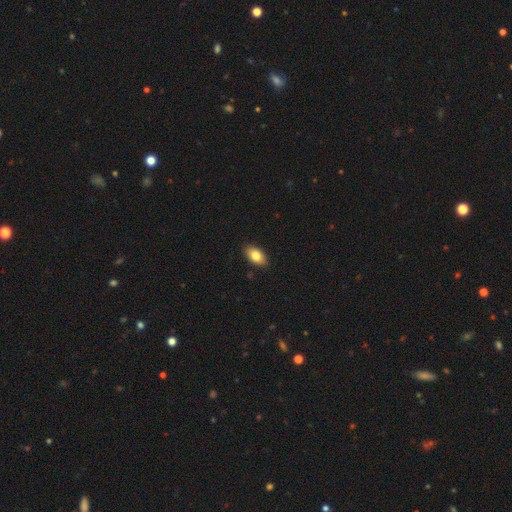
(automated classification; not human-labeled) Overall: smooth (81%). How rounded: in between (92%). Merging: none (88%).